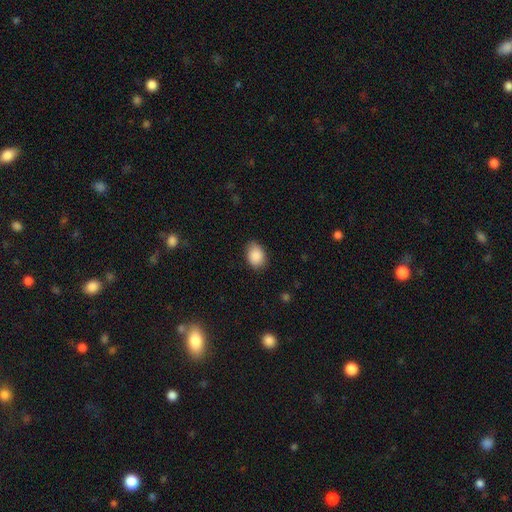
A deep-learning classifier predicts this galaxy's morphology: Smooth or featured: smooth — 88% (star or artifact — 8%)
How rounded: in between — 71% (round — 28%)
Merging: none — 81% (minor disturbance — 15%)